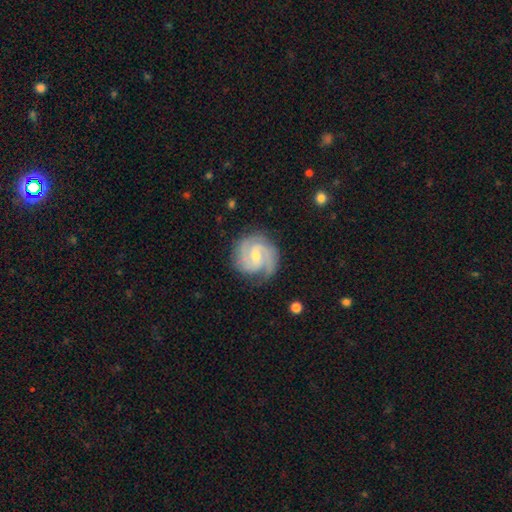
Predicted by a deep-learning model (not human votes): Morphology: type=featured or disk (89%); edge-on=no (98%); bar=weak (46%); spiral arms=yes (98%); winding=tight (53%); arm count=2 (48%); bulge=small (55%); merging=none (78%).